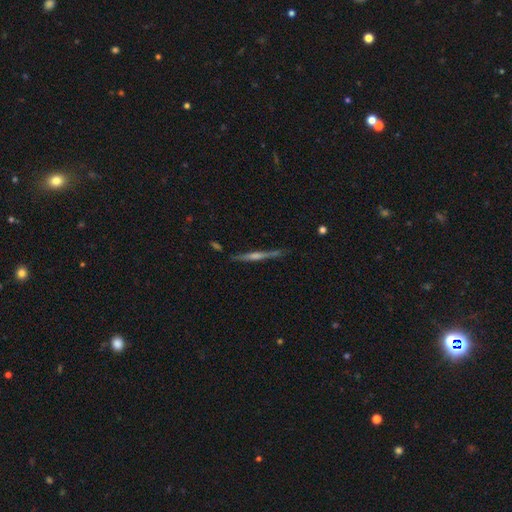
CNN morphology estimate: Overall: featured or disk (77%). Edge-on disk: yes (98%). Edge-on bulge: rounded (68%). Merging: none (87%).